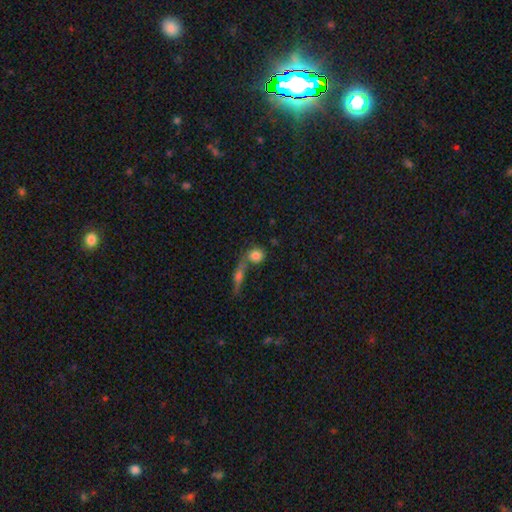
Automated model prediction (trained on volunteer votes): Smooth or featured? smooth (81%)
How rounded? round (78%)
Merging? none (52%)